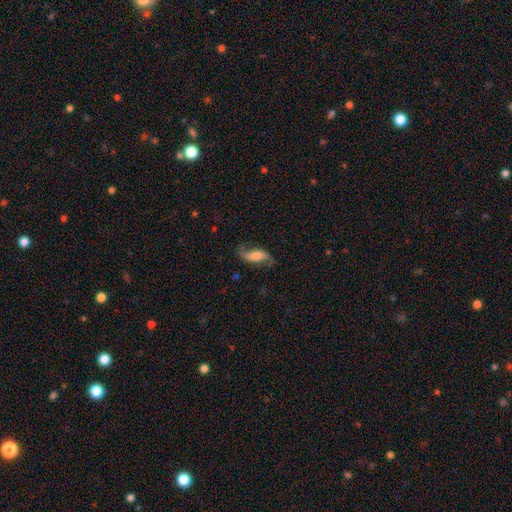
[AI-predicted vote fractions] Smooth or featured? featured or disk (71%)
Edge-on disk? no (93%)
Bar? no (43%)
Spiral arms? yes (94%)
Spiral winding? loose (78%)
Spiral arm count? 2 (89%)
Bulge size? none (26%)
Merging? none (70%)